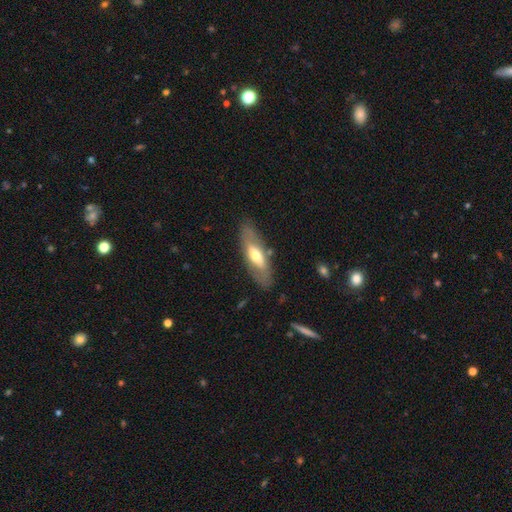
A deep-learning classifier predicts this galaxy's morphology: smooth-or-featured: featured or disk: 47% (tied) | smooth: 47% (tied) | star or artifact: 6%
  merging: none: 80% | minor disturbance: 13% | major disturbance: 4% | merger: 2%